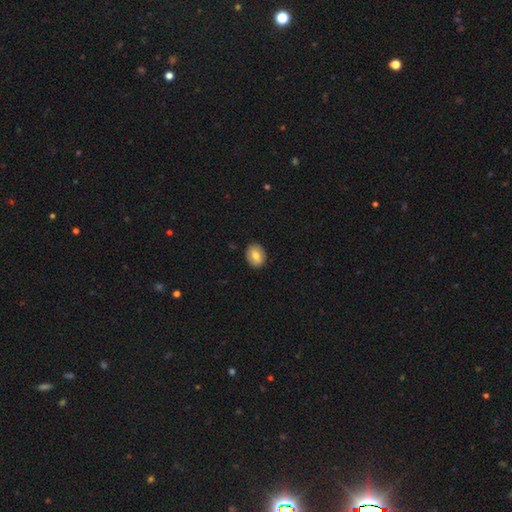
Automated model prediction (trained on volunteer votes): This appears to be a smooth galaxy with no disk features (74%) that is round (54%). Merging: none (90%).